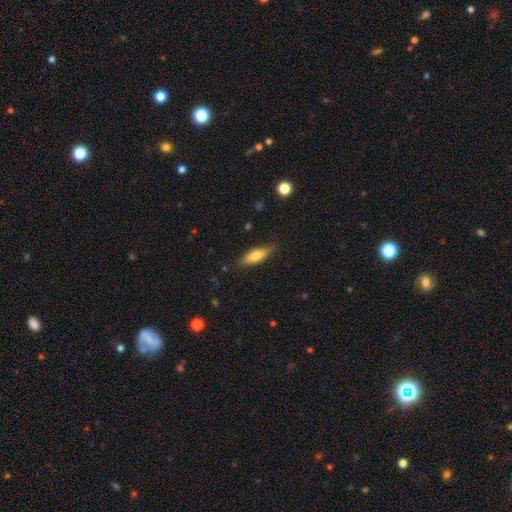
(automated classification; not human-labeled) smooth 74%, featured or disk 20%, star or artifact 6%. Down the decision tree: how rounded — in between (56%); merging — none (81%).